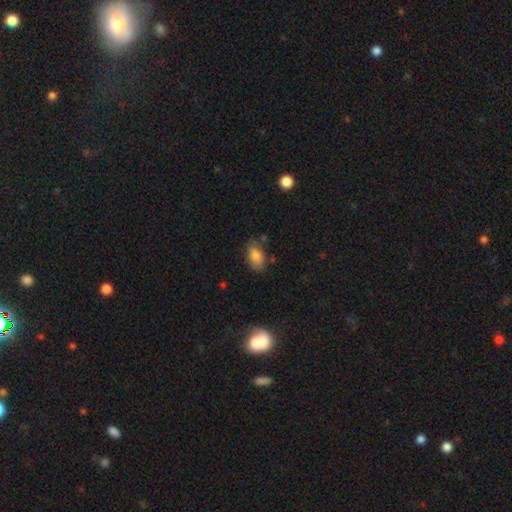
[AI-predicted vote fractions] A smooth galaxy with no disk features (81%) that is in between round and cigar-shaped (91%).

Vote fractions:
- Smooth or featured? smooth: 81% / featured or disk: 12% / star or artifact: 8%
- How rounded? in between: 91% / round: 7% / cigar-shaped: 2%
- Merging? none: 68% / minor disturbance: 22% / major disturbance: 6% / merger: 4%